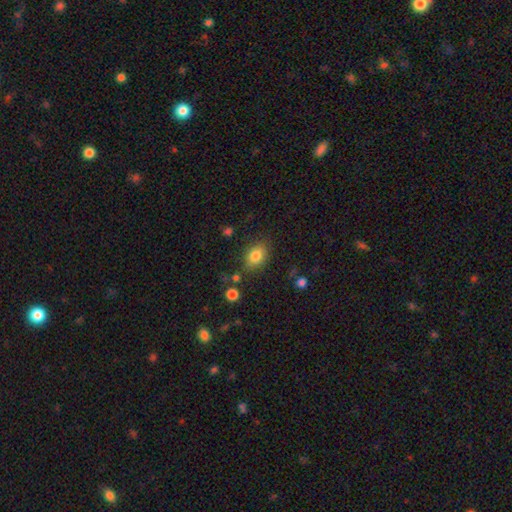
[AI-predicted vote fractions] A smooth galaxy with no disk features (82%) that is in between round and cigar-shaped (74%).

Vote fractions:
- Smooth or featured? smooth: 82% / star or artifact: 9% / featured or disk: 9%
- How rounded? in between: 74% / round: 24% / cigar-shaped: 1%
- Merging? none: 78% / minor disturbance: 14% / major disturbance: 4% / merger: 3%